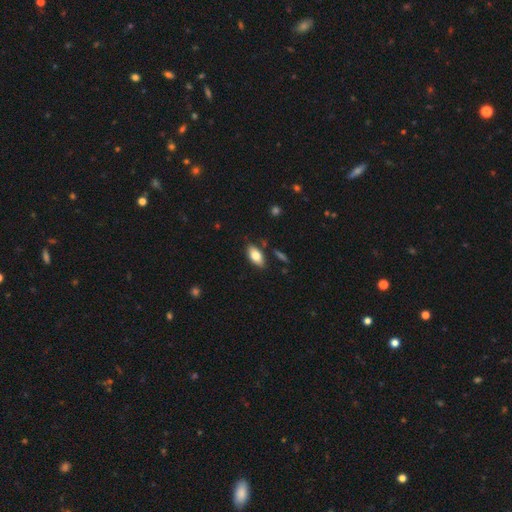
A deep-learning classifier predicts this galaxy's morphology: smooth 77%, featured or disk 16%, star or artifact 7%. Down the decision tree: how rounded — in between (91%); merging — none (82%).